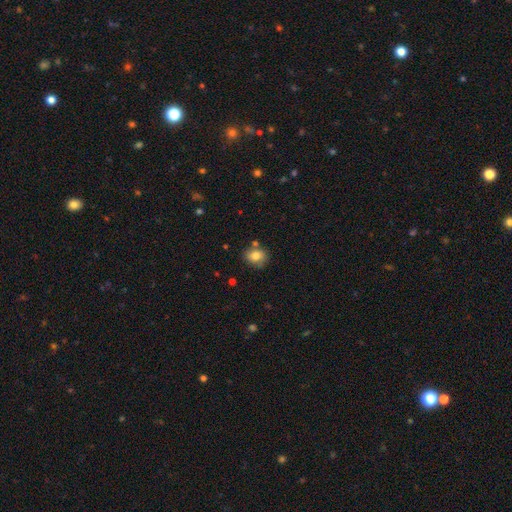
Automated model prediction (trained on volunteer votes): Morphology: type=smooth (79%); roundness=round (50%); merging=none (68%).